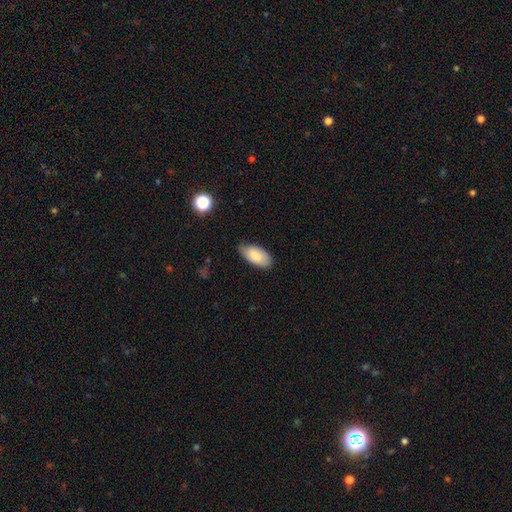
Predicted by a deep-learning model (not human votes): Smooth or featured?
  - smooth: 80% *
  - featured or disk: 13%
  - star or artifact: 6%
How rounded?
  - in between: 93% *
  - cigar-shaped: 4%
  - round: 2%
Merging?
  - none: 70% *
  - minor disturbance: 25%
  - major disturbance: 4%
  - merger: 1%